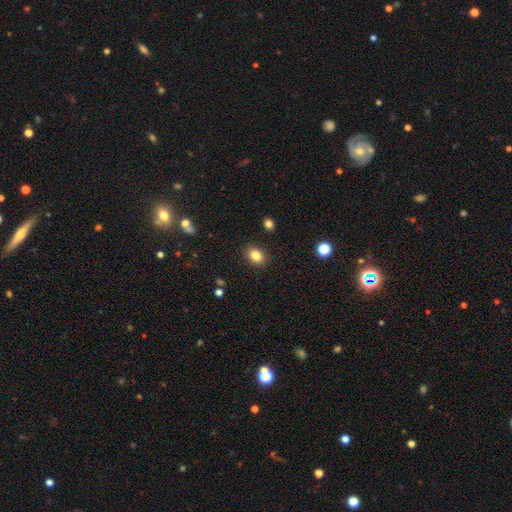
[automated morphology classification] A smooth galaxy with no disk features (84%) that is in between round and cigar-shaped (65%). Merging: none (89%).